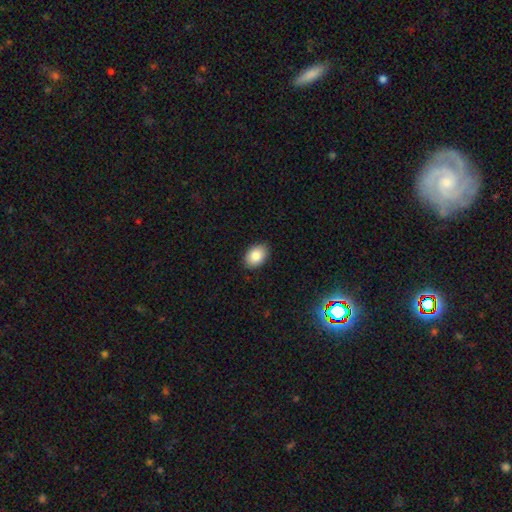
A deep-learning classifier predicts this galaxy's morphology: type=smooth (85%); roundness=in between (84%); merging=none (89%).